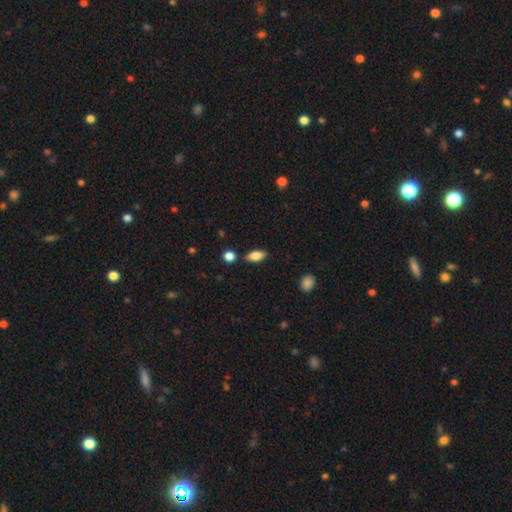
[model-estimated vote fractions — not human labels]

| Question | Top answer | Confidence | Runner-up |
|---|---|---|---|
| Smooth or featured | smooth | 83% | featured or disk (10%) |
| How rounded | in between | 85% | cigar-shaped (12%) |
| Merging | none | 84% | minor disturbance (10%) |